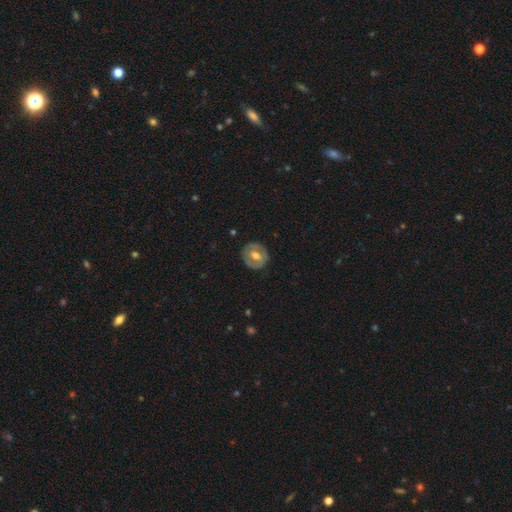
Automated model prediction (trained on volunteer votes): A featured or disk galaxy (49%).

Vote fractions:
- Smooth or featured? featured or disk: 49% / smooth: 44% / star or artifact: 6%
- Merging? none: 83% / minor disturbance: 12% / major disturbance: 3% / merger: 1%